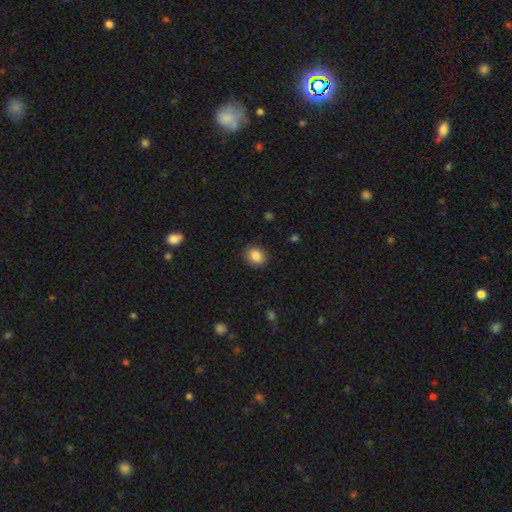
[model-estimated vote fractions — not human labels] Morphology: type=smooth (87%); roundness=round (65%); merging=none (89%).